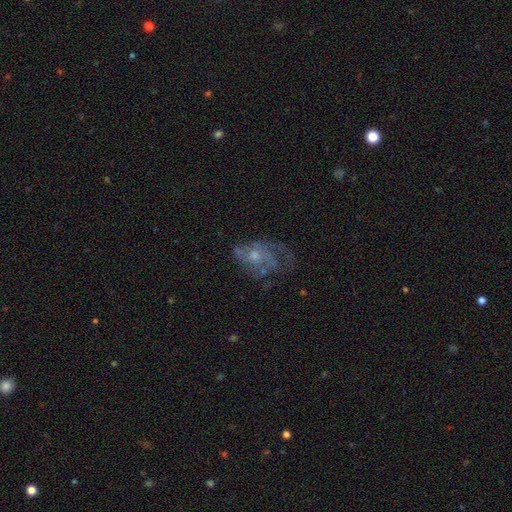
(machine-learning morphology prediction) Smooth or featured? featured or disk (64%)
Edge-on disk? no (97%)
Bar? no (82%)
Spiral arms? yes (57%)
Bulge size? small (51%)
Merging? none (42%)